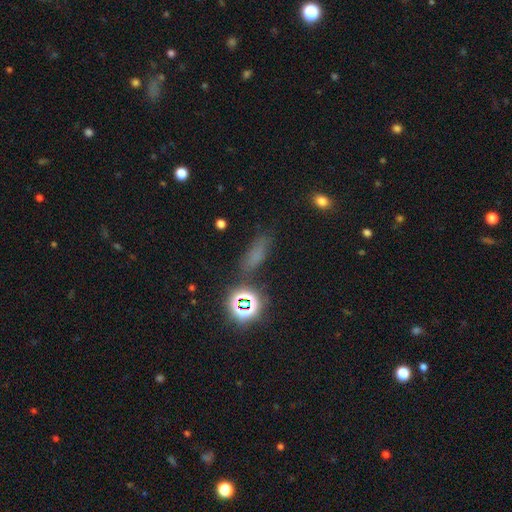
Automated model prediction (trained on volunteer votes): smooth_or_featured: smooth (p=0.63) [alt: star or artifact p=0.25]
how_rounded: in between (p=0.51) [alt: cigar-shaped p=0.42]
merging: none (p=0.68) [alt: minor disturbance p=0.19]